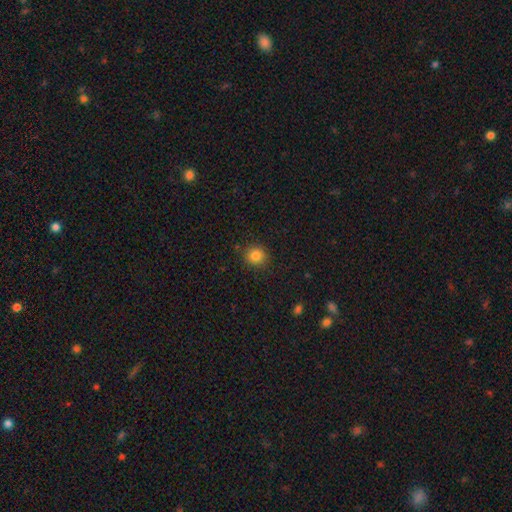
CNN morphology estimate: smooth 84%, star or artifact 11%, featured or disk 5%. Down the decision tree: how rounded — round (86%); merging — none (89%).